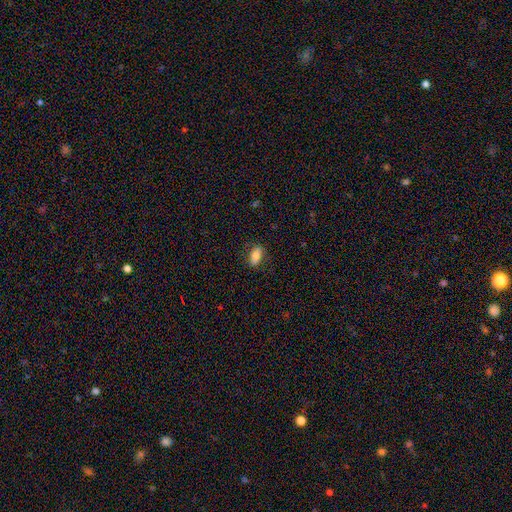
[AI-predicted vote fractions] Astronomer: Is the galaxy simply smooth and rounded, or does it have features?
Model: smooth — 78%.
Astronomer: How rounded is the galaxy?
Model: in between — 86%.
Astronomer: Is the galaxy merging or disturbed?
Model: none — 81%.